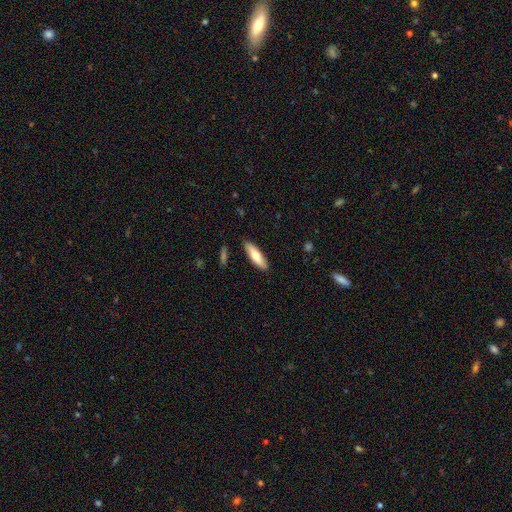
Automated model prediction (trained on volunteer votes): Overall: smooth (70%). How rounded: cigar-shaped (58%; in between 40%). Merging: none (87%).